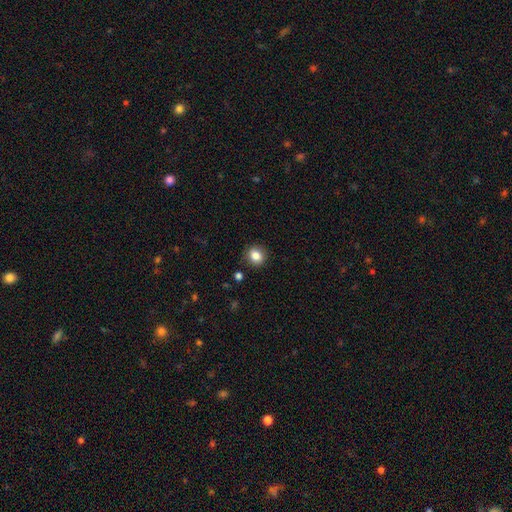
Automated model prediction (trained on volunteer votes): Smooth or featured: smooth — 84% (star or artifact — 11%)
How rounded: round — 82% (in between — 17%)
Merging: none — 89% (minor disturbance — 8%)